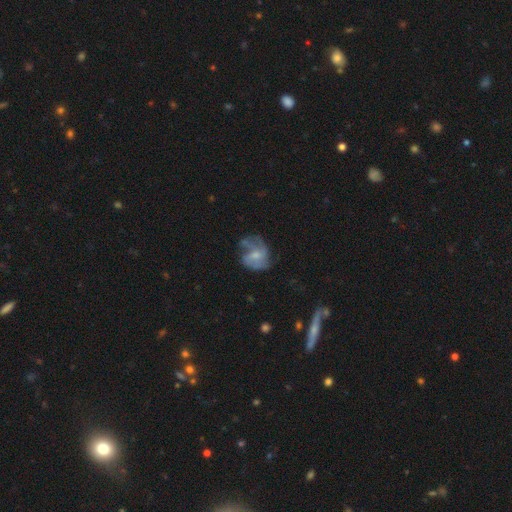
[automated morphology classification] Q: Smooth or featured?
A: featured or disk (59%); runner-up: smooth (33%)
Q: Edge-on disk?
A: no (98%); runner-up: yes (2%)
Q: Bar?
A: no (57%); runner-up: weak (36%)
Q: Spiral arms?
A: yes (71%); runner-up: no (29%)
Q: Bulge size?
A: small (50%); runner-up: moderate (34%)
Q: Merging?
A: none (44%); runner-up: major disturbance (26%)